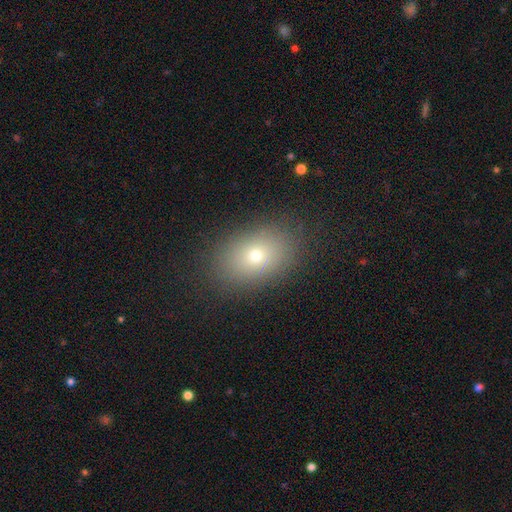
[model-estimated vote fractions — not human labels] A smooth galaxy with no disk features (70%) that is in between round and cigar-shaped (77%). Merging: none (86%).